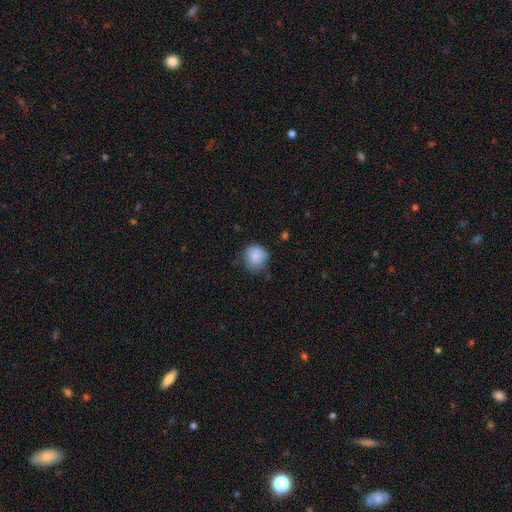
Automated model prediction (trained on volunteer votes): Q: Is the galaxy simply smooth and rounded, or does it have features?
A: smooth — 84%.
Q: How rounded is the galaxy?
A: round — 85%.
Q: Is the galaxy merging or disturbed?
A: none — 57%.